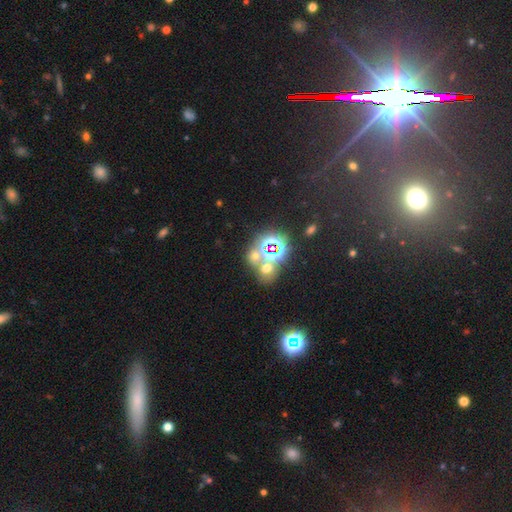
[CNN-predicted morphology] This appears to be a star or artifact, not a galaxy (44%).